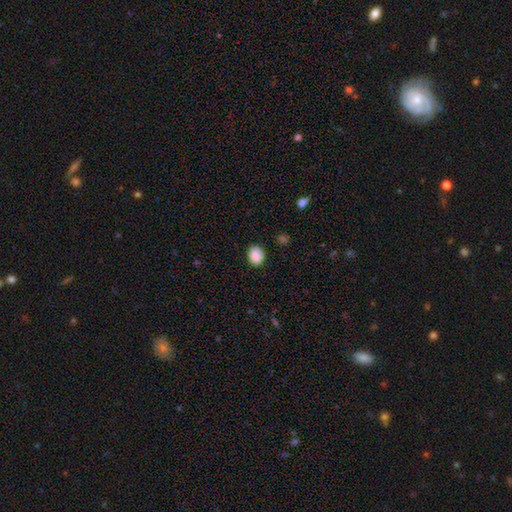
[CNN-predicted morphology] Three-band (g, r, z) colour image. It shows a smooth galaxy with no disk features (89%) that is round (50%). Merging: none (87%).